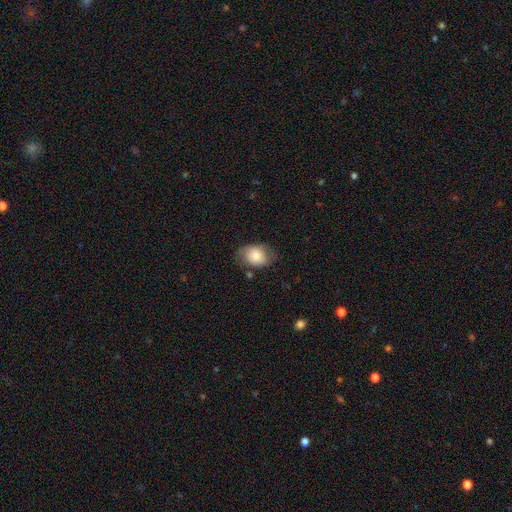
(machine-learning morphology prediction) A smooth galaxy with no disk features (78%) that is in between round and cigar-shaped (69%).

Vote fractions:
- Smooth or featured? smooth: 78% / featured or disk: 15% / star or artifact: 7%
- How rounded? in between: 69% / round: 30% / cigar-shaped: 1%
- Merging? none: 65% / minor disturbance: 24% / major disturbance: 9% / merger: 2%